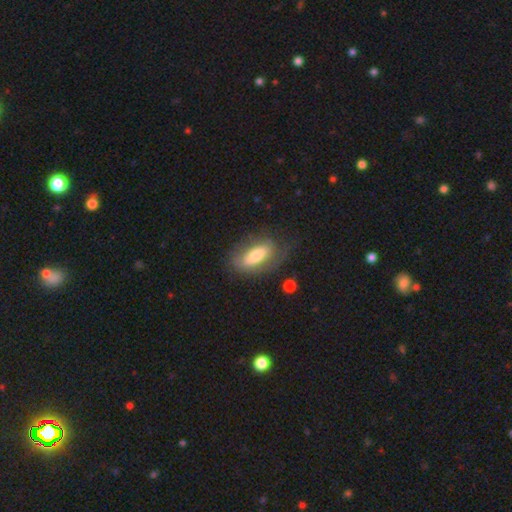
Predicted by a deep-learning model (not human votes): This is possibly a smooth galaxy (56%). How rounded: clearly in between (83%). Merging: likely none (61%).